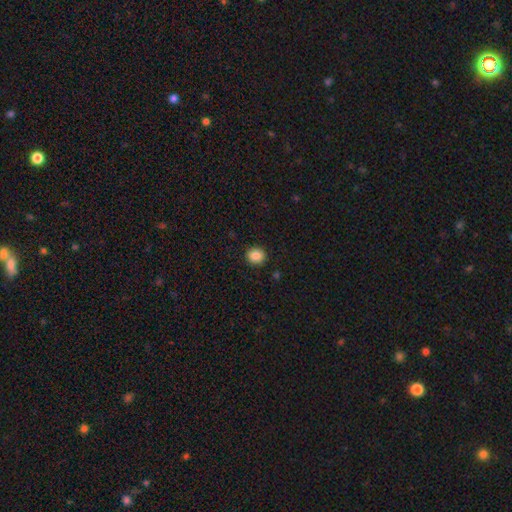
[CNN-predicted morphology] Overall: smooth (86%). How rounded: round (83%). Merging: none (91%).